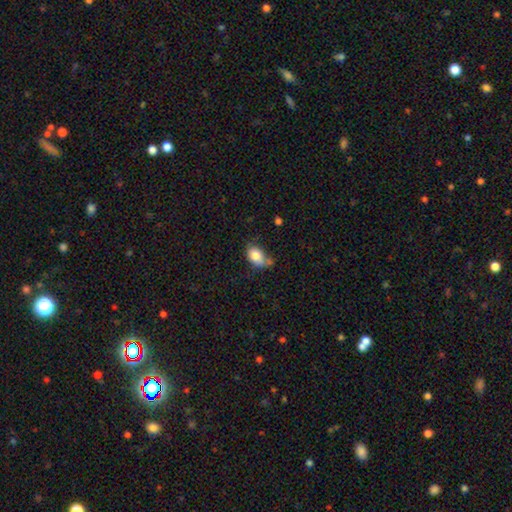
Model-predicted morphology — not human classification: Overall: smooth (81%). How rounded: in between (83%). Merging: none (41%; minor disturbance 32%).